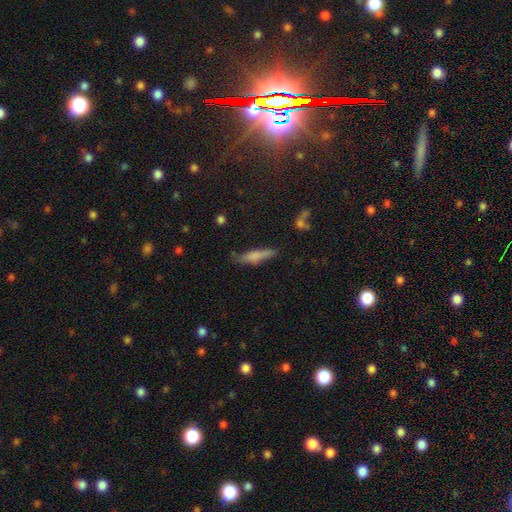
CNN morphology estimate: Smooth or featured?
  - smooth: 67% *
  - featured or disk: 25%
  - star or artifact: 8%
How rounded?
  - cigar-shaped: 80% *
  - in between: 18%
  - round: 2%
Merging?
  - none: 71% *
  - minor disturbance: 21%
  - major disturbance: 5%
  - merger: 4%